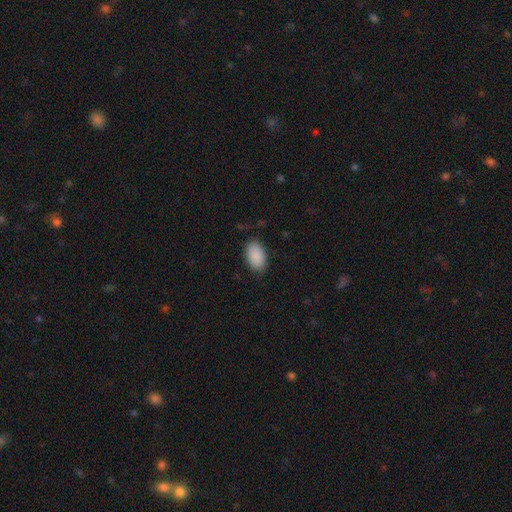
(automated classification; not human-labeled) Morphology: type=smooth (90%); roundness=in between (93%); merging=none (84%).